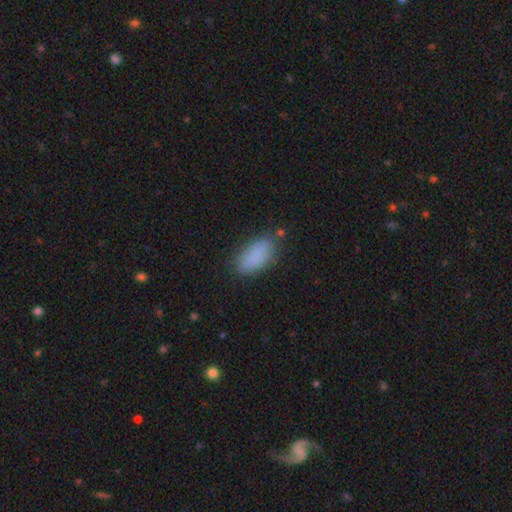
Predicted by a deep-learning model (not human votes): Overall: smooth (87%). How rounded: in between (90%). Merging: none (77%).